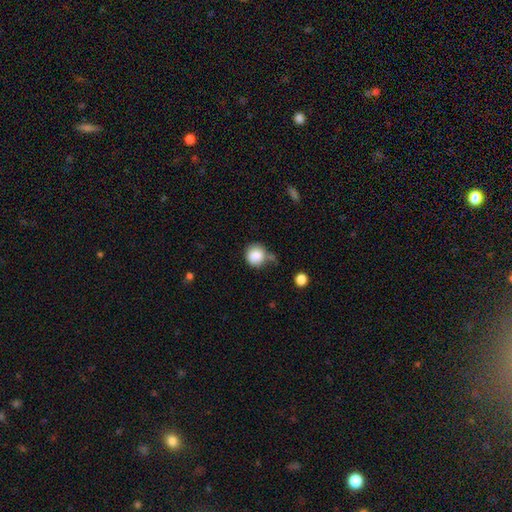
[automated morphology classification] A smooth galaxy with no disk features (86%) that is round (90%).

Vote fractions:
- Smooth or featured? smooth: 86% / star or artifact: 9% / featured or disk: 5%
- How rounded? round: 90% / in between: 9% / cigar-shaped: 1%
- Merging? none: 62% / minor disturbance: 20% / merger: 11% / major disturbance: 6%